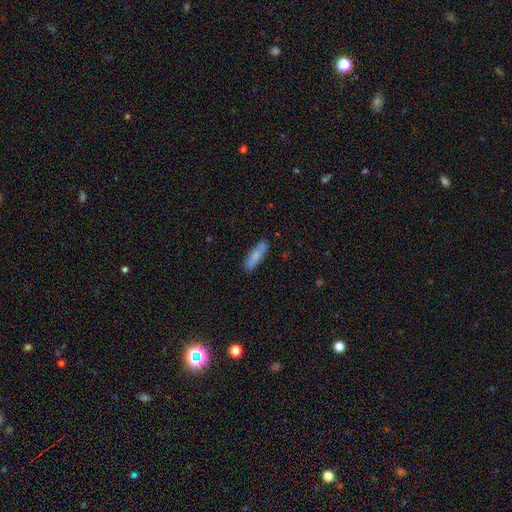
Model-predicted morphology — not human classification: Q: Smooth or featured?
A: smooth (72%); runner-up: featured or disk (22%)
Q: How rounded?
A: cigar-shaped (60%); runner-up: in between (38%)
Q: Merging?
A: none (83%); runner-up: minor disturbance (12%)